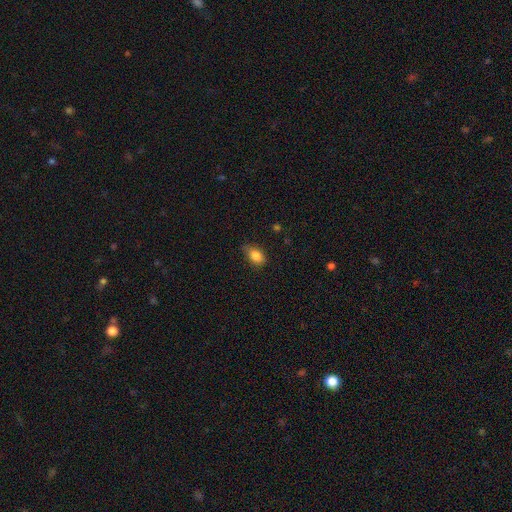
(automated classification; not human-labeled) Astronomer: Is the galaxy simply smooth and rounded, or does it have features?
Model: smooth — 84%.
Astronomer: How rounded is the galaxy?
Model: in between — 83%.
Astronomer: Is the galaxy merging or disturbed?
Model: none — 67%.